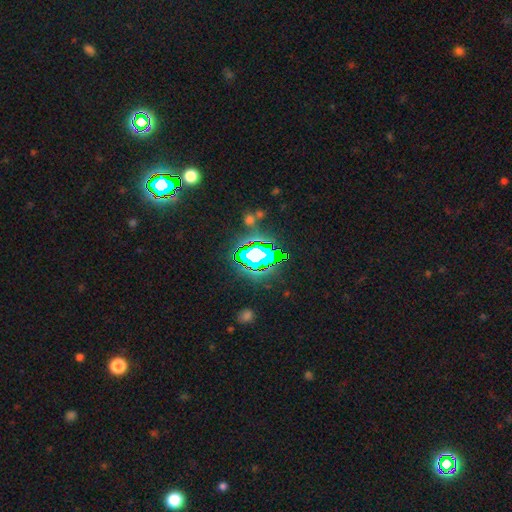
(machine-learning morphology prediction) Overall: star or artifact (72%).